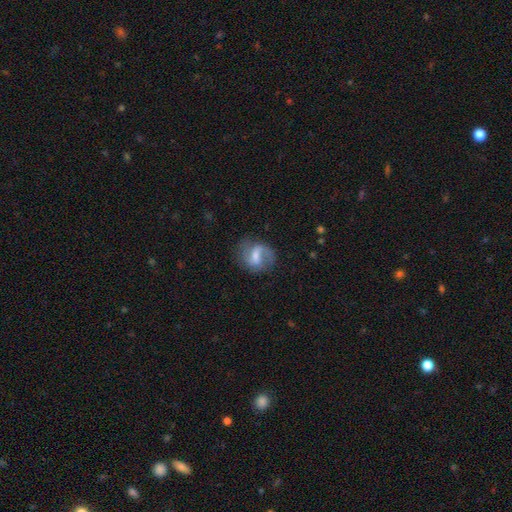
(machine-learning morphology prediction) featured or disk 71%, smooth 22%, star or artifact 7%. Down the decision tree: edge-on disk — no (97%); bar — weak (54%); spiral arms — yes (90%); spiral arm count — 2 (79%); spiral winding — medium (45%); bulge size — moderate (41%); merging — none (69%).